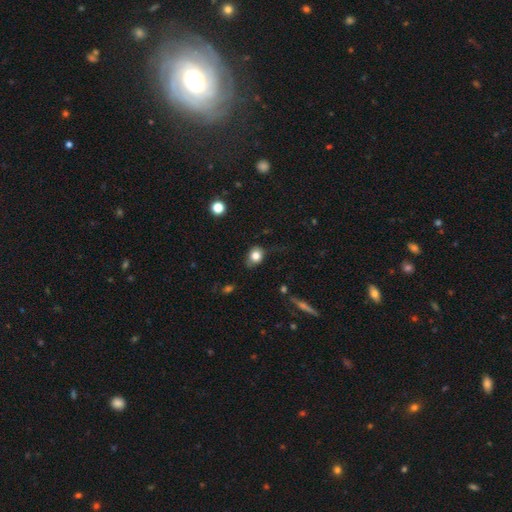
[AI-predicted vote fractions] Morphology: type=smooth (80%); roundness=round (54%); merging=none (64%).